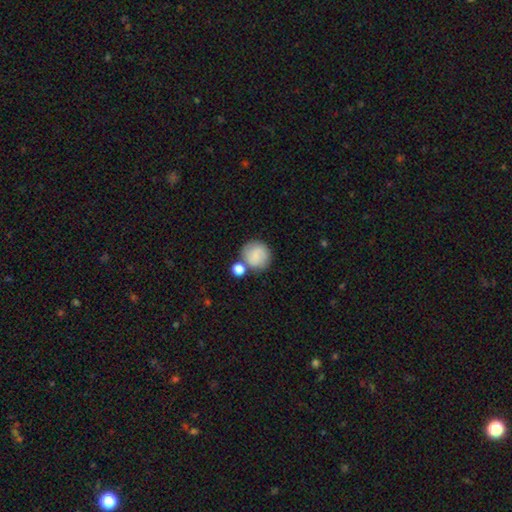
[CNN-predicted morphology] The model was most divided on "merging": none: 63%, merger: 18%, minor disturbance: 14%, major disturbance: 5%. More confident: how rounded — round (90%); smooth or featured — smooth (79%).